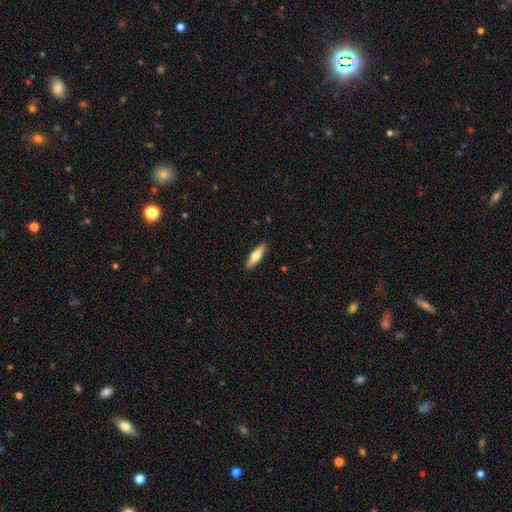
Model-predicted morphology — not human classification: This is possibly a smooth galaxy (52%). How rounded: likely cigar-shaped (66%). Merging: clearly none (91%).